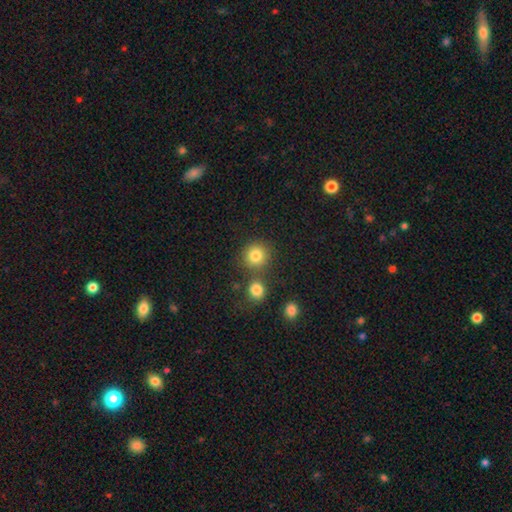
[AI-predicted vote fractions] Smooth or featured: smooth — 82% (star or artifact — 12%)
How rounded: round — 91% (in between — 8%)
Merging: none — 75% (merger — 14%)